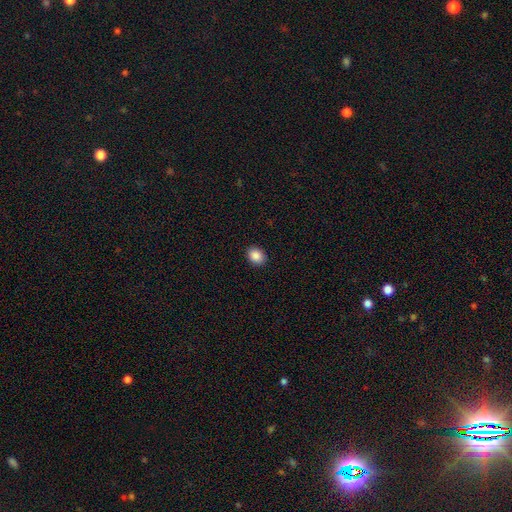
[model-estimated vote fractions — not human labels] smooth_or_featured: smooth (p=0.89) [alt: star or artifact p=0.08]
how_rounded: in between (p=0.52) [alt: round p=0.47]
merging: none (p=0.91) [alt: minor disturbance p=0.06]